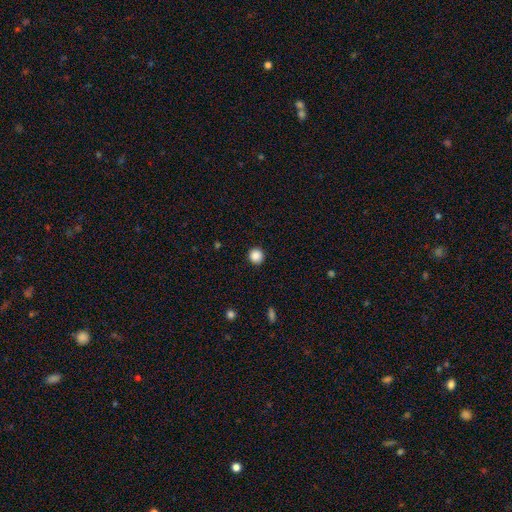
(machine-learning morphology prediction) Smooth or featured? smooth (88%)
How rounded? round (94%)
Merging? none (92%)